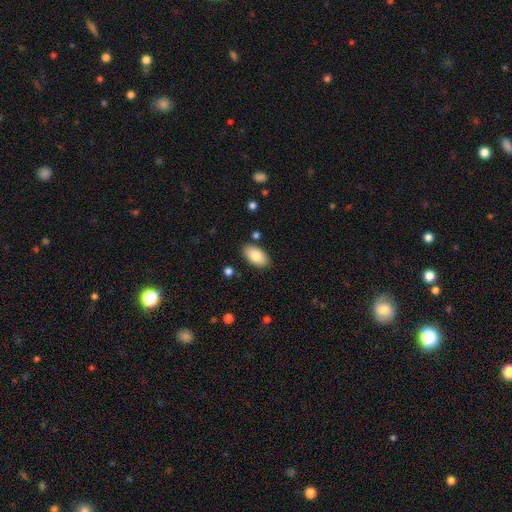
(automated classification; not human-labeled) Smooth or featured?
  - smooth: 81% *
  - featured or disk: 13%
  - star or artifact: 7%
How rounded?
  - in between: 94% *
  - round: 4%
  - cigar-shaped: 2%
Merging?
  - none: 85% *
  - minor disturbance: 10%
  - merger: 2%
  - major disturbance: 2%